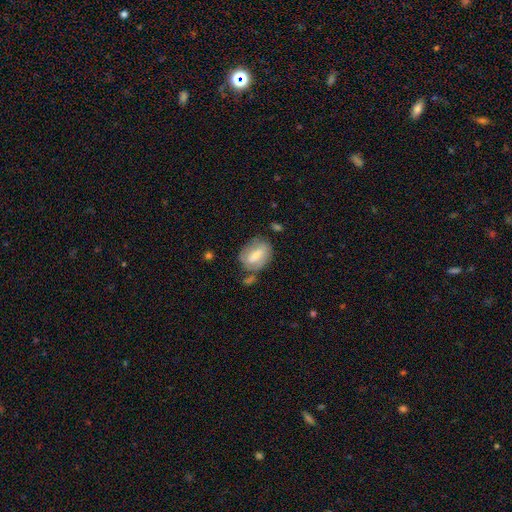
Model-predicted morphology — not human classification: Q: Smooth or featured?
A: smooth (60%); runner-up: featured or disk (33%)
Q: How rounded?
A: in between (77%); runner-up: round (20%)
Q: Merging?
A: none (49%); runner-up: minor disturbance (26%)